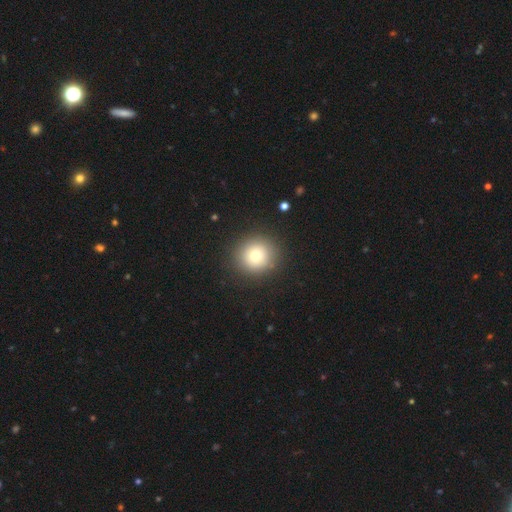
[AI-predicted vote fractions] Overall: smooth (75%). How rounded: round (94%). Merging: none (90%).